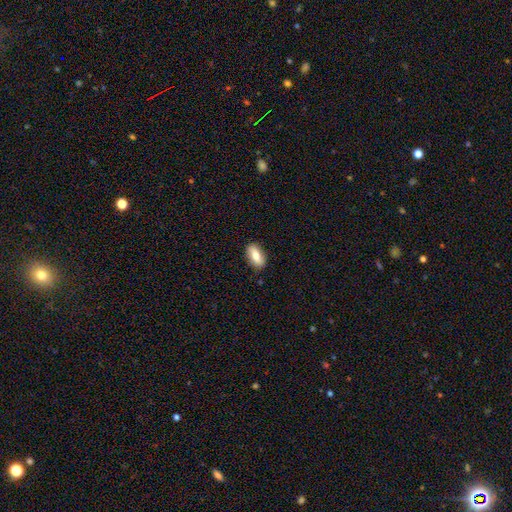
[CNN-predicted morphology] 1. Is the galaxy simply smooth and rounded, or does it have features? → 77% smooth, 17% featured or disk, 7% star or artifact.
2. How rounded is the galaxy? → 88% in between, 7% cigar-shaped, 4% round.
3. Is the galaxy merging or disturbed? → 86% none, 11% minor disturbance, 2% major disturbance, 1% merger.